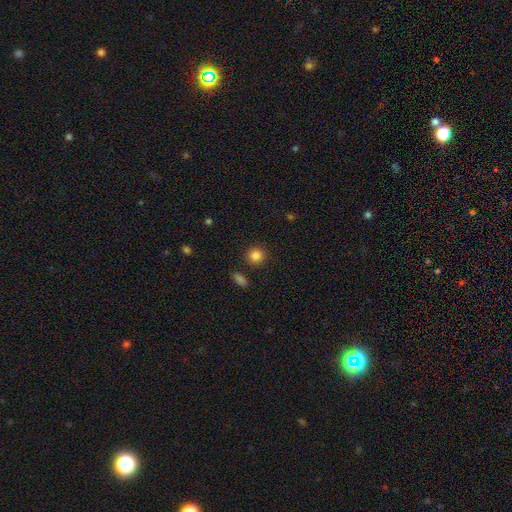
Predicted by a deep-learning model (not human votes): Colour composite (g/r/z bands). It shows a smooth galaxy with no disk features (84%) that is round (88%). Merging: none (87%).